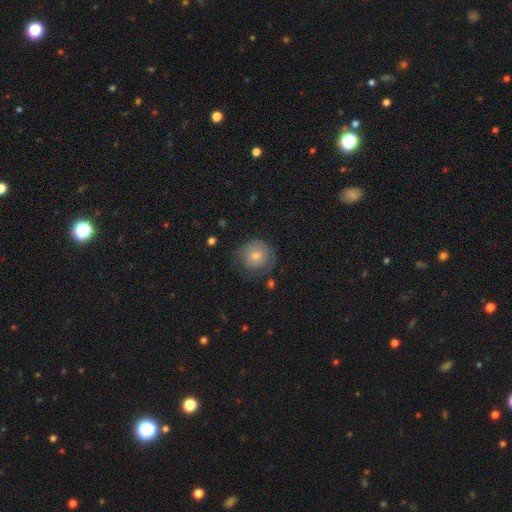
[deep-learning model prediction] The model was most divided on "smooth or featured": smooth: 57%, featured or disk: 32%, star or artifact: 11%. More confident: how rounded — round (90%); merging — none (72%).